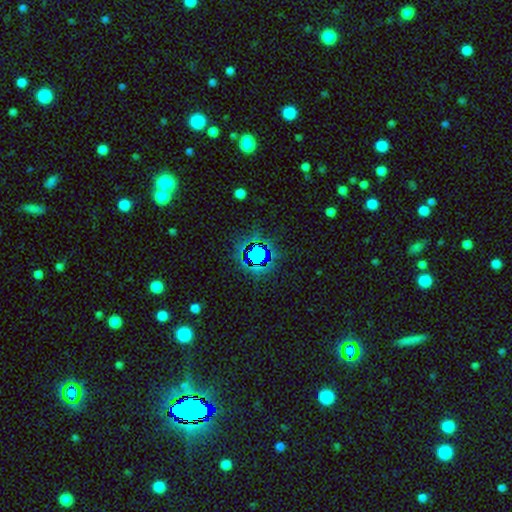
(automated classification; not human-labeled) Q: Smooth or featured?
A: star or artifact (65%); runner-up: smooth (25%)